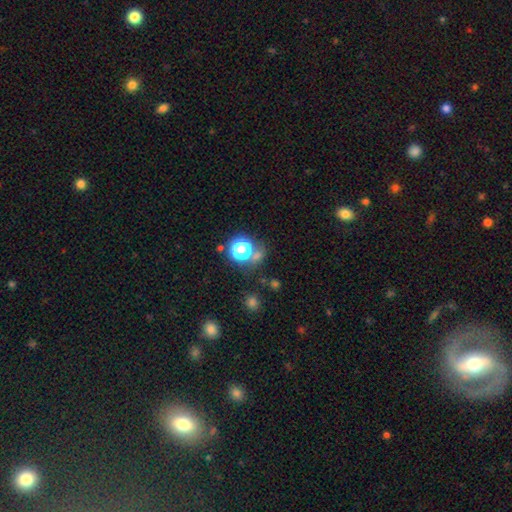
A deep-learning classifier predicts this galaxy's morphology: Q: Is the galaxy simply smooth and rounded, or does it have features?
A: smooth — 53%.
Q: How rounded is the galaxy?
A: round — 81%.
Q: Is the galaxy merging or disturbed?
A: none — 64%.